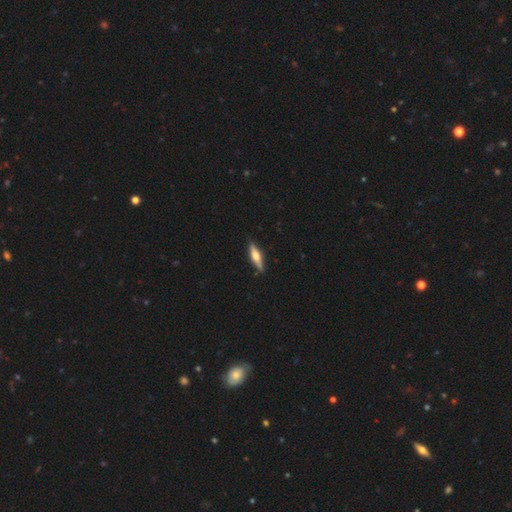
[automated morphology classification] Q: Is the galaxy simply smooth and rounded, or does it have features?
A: featured or disk — 52%.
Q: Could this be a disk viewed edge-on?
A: yes — 94%.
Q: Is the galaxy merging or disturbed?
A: none — 87%.